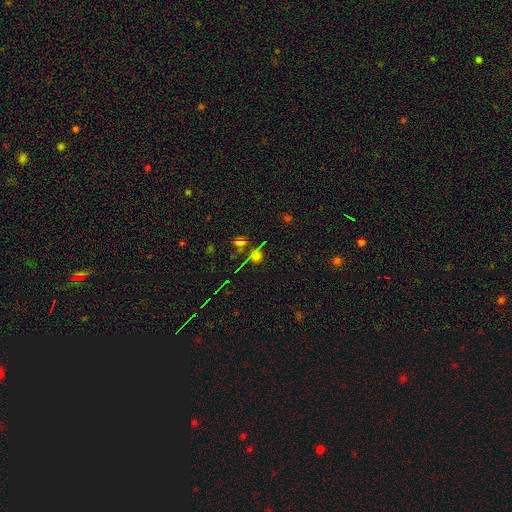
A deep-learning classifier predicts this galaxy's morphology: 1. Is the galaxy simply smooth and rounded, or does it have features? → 50% star or artifact, 38% smooth, 12% featured or disk.